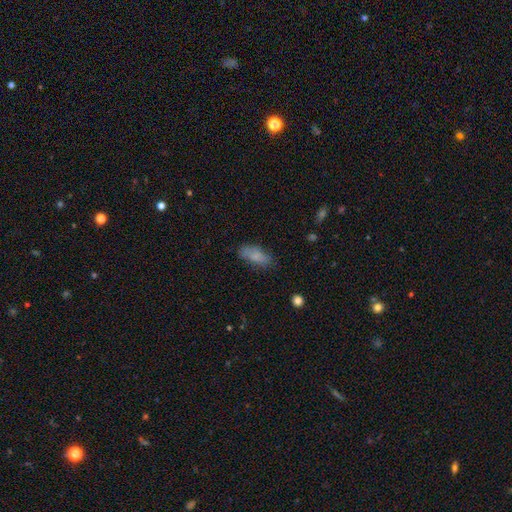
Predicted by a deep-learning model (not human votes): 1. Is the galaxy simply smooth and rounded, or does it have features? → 81% smooth, 11% featured or disk, 8% star or artifact.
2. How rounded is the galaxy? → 80% in between, 18% cigar-shaped, 3% round.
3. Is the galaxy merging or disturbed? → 73% none, 19% minor disturbance, 6% major disturbance, 2% merger.